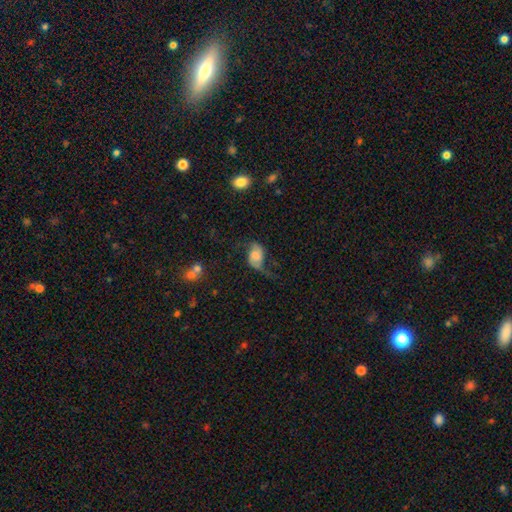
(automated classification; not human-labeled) Q: Smooth or featured?
A: featured or disk (63%); runner-up: smooth (28%)
Q: Edge-on disk?
A: no (97%); runner-up: yes (3%)
Q: Bar?
A: no (59%); runner-up: weak (32%)
Q: Spiral arms?
A: yes (90%); runner-up: no (10%)
Q: Spiral winding?
A: loose (77%); runner-up: medium (18%)
Q: Spiral arm count?
A: 2 (88%); runner-up: 1 (6%)
Q: Bulge size?
A: moderate (25%); tied with: none (25%)
Q: Merging?
A: none (46%); runner-up: major disturbance (27%)